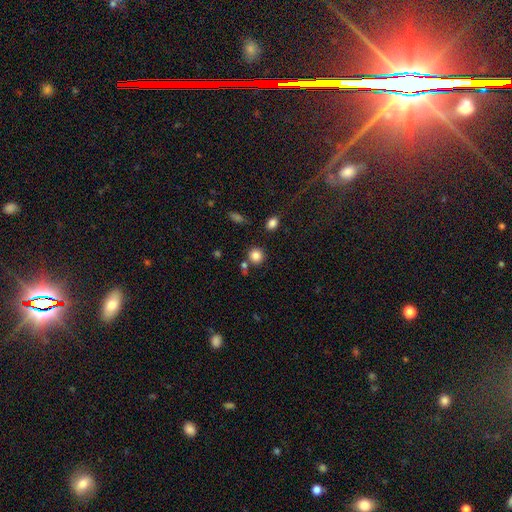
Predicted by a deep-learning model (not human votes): Morphology: type=smooth (84%); roundness=round (89%); merging=none (77%).